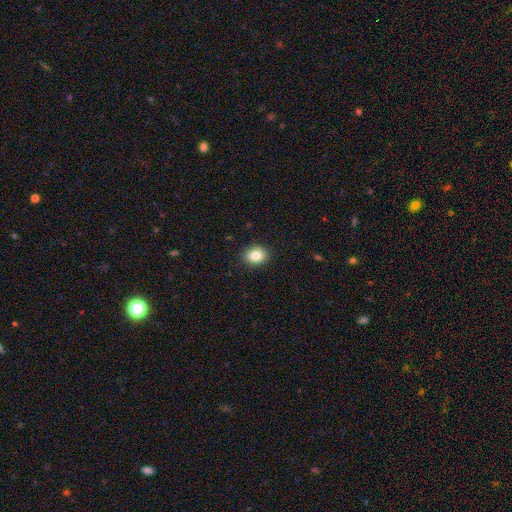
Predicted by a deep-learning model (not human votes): Overall: smooth (84%). How rounded: round (56%; in between 43%). Merging: none (89%).